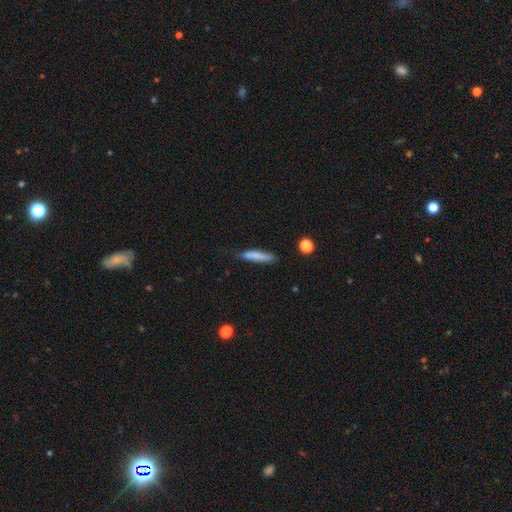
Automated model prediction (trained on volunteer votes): This is likely a smooth galaxy (77%). How rounded: clearly cigar-shaped (86%). Merging: likely none (68%).